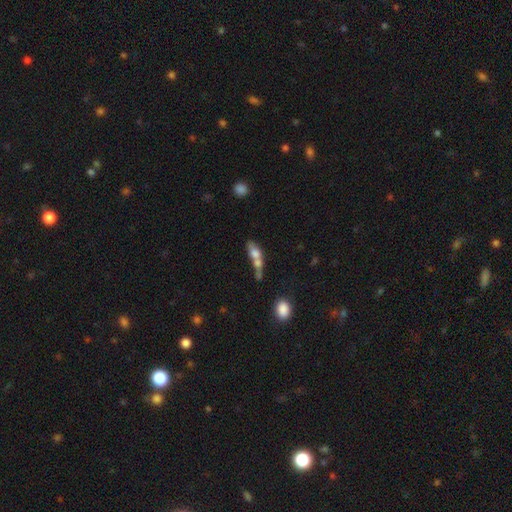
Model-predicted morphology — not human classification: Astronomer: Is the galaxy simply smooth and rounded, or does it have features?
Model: smooth — 60%.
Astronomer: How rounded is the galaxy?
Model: in between — 64%.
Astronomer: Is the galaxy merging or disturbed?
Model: merger — 62%.